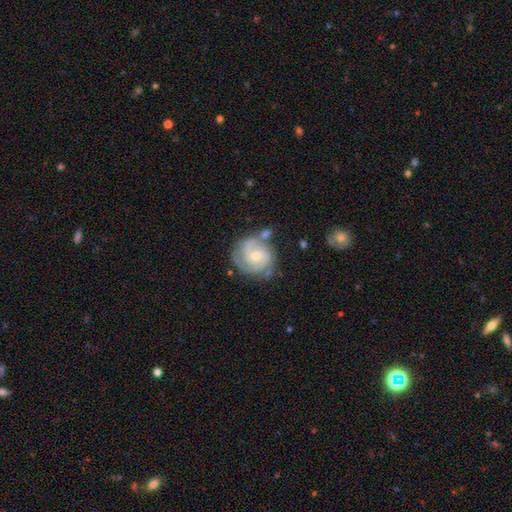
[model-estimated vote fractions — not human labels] This appears to be a featured or disk galaxy (77%) with no bar (55%), 2 (45%) tight (51%) spiral arms (94%) and a small central bulge (52%). Merging: none (62%).